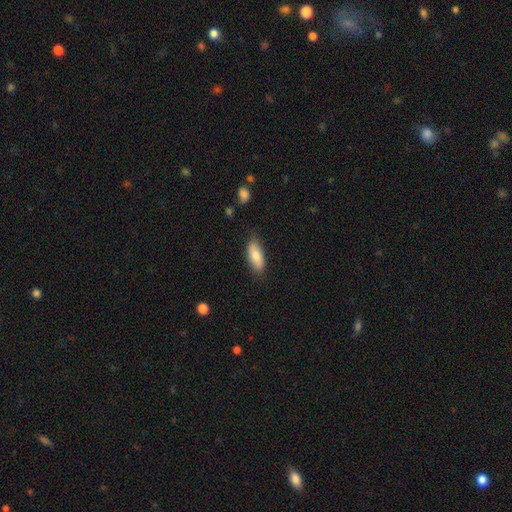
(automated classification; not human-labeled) Q: Smooth or featured?
A: smooth (80%); runner-up: featured or disk (14%)
Q: How rounded?
A: in between (80%); runner-up: cigar-shaped (18%)
Q: Merging?
A: none (80%); runner-up: minor disturbance (16%)